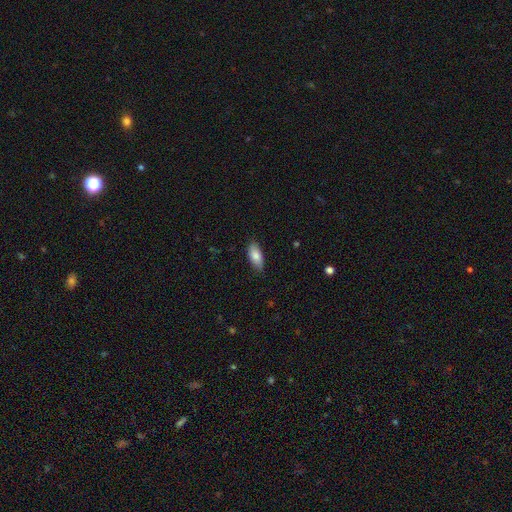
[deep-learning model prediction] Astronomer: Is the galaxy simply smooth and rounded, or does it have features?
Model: smooth — 83%.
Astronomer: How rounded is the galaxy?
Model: in between — 87%.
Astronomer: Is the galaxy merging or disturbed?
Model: none — 82%.